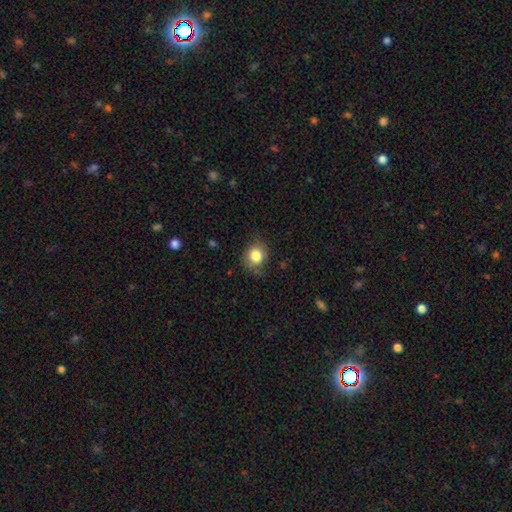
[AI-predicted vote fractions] Smooth or featured? smooth (81%)
How rounded? round (67%)
Merging? none (70%)